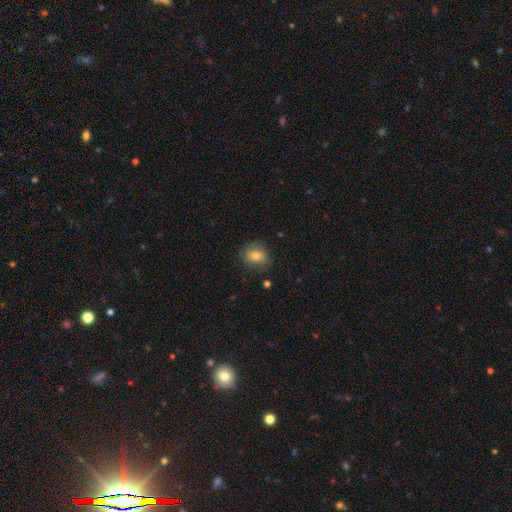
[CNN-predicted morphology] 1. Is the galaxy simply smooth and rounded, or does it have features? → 74% smooth, 16% featured or disk, 10% star or artifact.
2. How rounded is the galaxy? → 53% in between, 45% round, 1% cigar-shaped.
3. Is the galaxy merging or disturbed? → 74% none, 19% minor disturbance, 6% major disturbance, 2% merger.